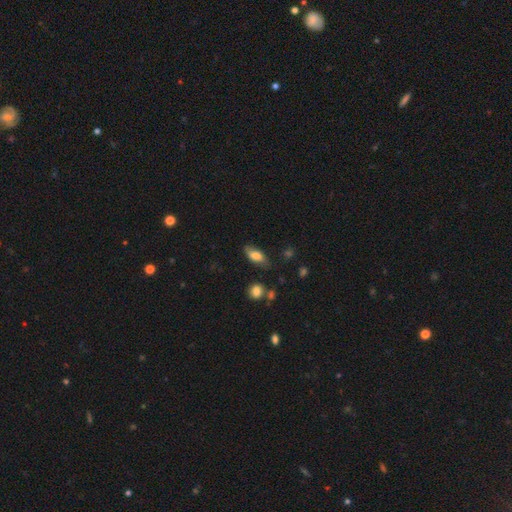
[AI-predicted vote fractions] Smooth or featured? Predicted: smooth (p=0.77). How rounded? Predicted: in between (p=0.83). Merging? Predicted: none (p=0.71).